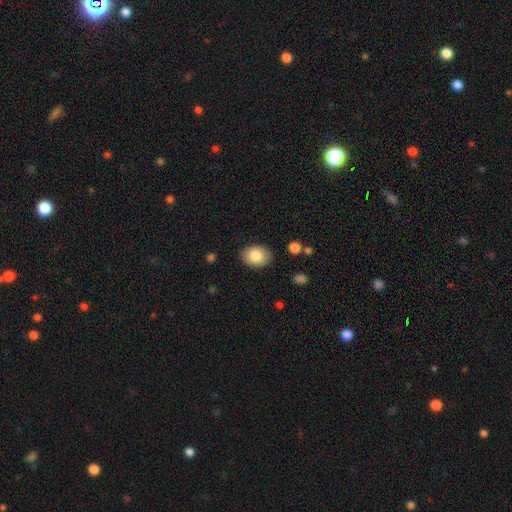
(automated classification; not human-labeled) This is clearly a smooth galaxy (84%). How rounded: likely in between (70%). Merging: clearly none (86%).